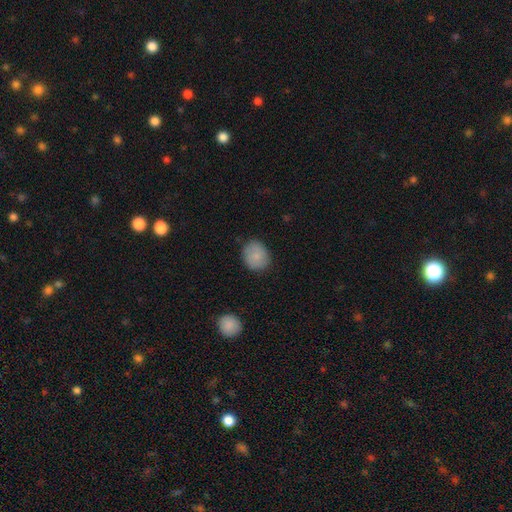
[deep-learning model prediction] This appears to be a smooth galaxy with no disk features (83%) that is round (67%). Merging: none (79%).